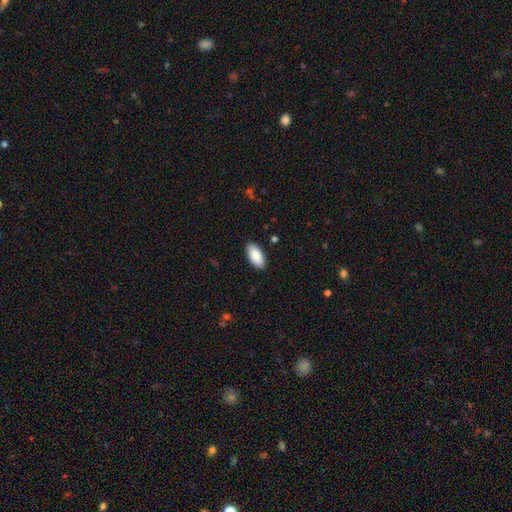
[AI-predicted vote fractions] A smooth galaxy with no disk features (87%) that is in between round and cigar-shaped (91%). Merging: none (88%).